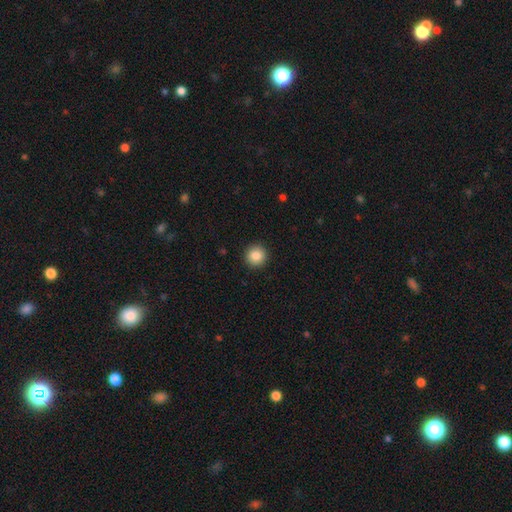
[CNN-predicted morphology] A smooth galaxy with no disk features (87%) that is round (93%). Merging: none (92%).